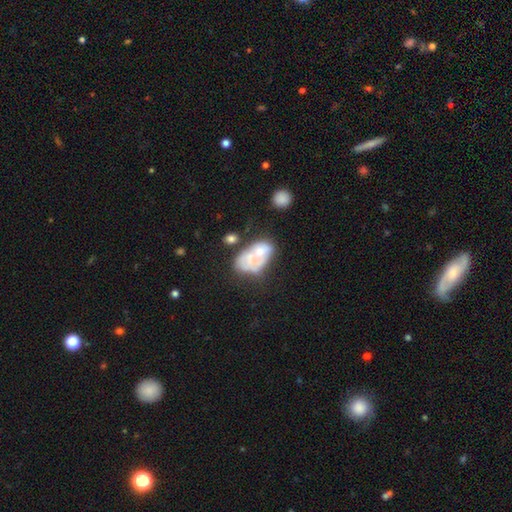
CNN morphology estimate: Smooth or featured? Predicted: featured or disk (p=0.48). Merging? Predicted: merger (p=0.35).